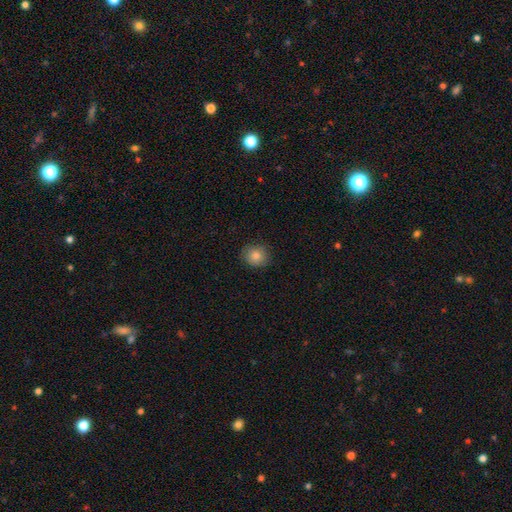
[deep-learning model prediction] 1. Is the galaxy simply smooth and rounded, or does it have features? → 83% smooth, 10% star or artifact, 7% featured or disk.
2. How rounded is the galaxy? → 83% round, 17% in between, 1% cigar-shaped.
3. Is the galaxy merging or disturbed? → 86% none, 11% minor disturbance, 2% major disturbance, 1% merger.